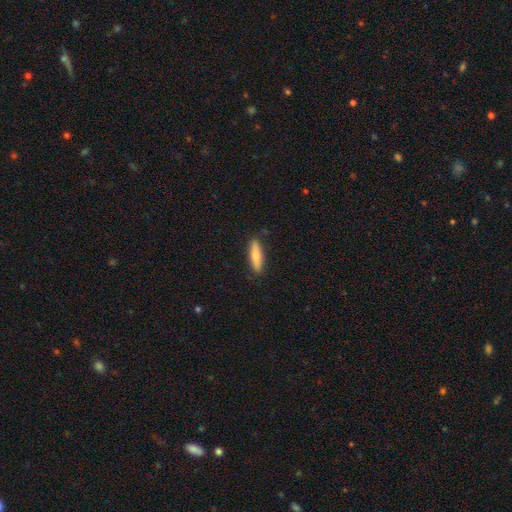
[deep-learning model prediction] smooth-or-featured: smooth: 71% | featured or disk: 24% | star or artifact: 6%
  how-rounded: cigar-shaped: 68% | in between: 30% | round: 2%
  merging: none: 83% | minor disturbance: 14% | major disturbance: 2% | merger: 1%